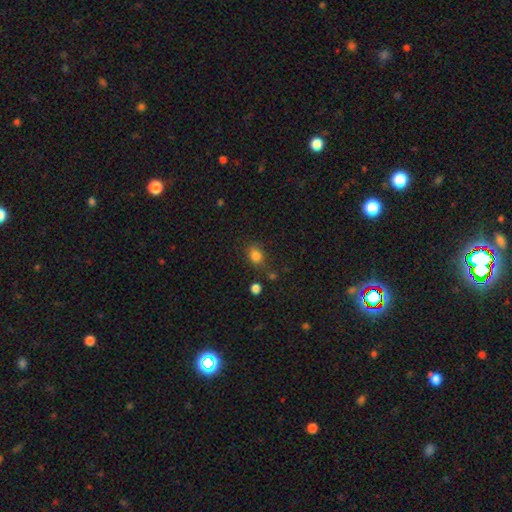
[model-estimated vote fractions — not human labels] smooth 81%, star or artifact 12%, featured or disk 7%. Down the decision tree: how rounded — round (50%); merging — none (67%).